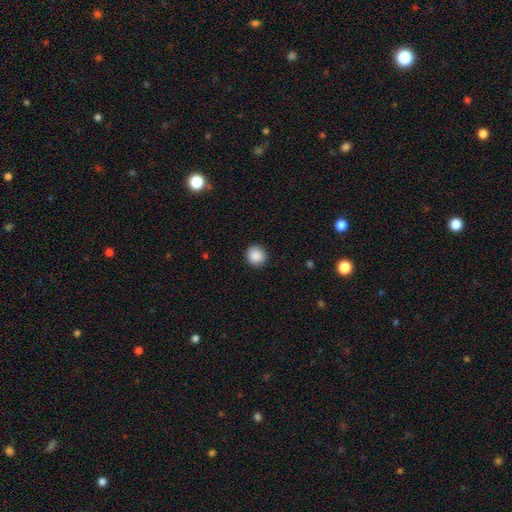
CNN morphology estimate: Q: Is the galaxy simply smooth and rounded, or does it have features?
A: smooth — 89%.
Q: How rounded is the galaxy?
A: round — 87%.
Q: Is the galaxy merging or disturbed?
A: none — 90%.